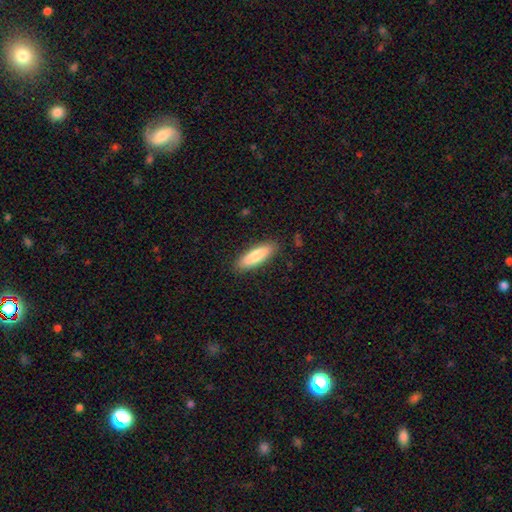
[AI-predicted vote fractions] smooth_or_featured: smooth (p=0.82) [alt: featured or disk p=0.13]
how_rounded: cigar-shaped (p=0.58) [alt: in between p=0.41]
merging: none (p=0.87) [alt: minor disturbance p=0.10]